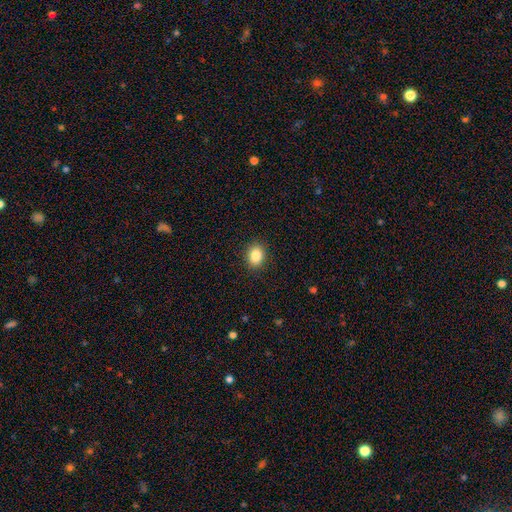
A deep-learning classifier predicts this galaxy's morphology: Smooth or featured?
  - smooth: 87% *
  - star or artifact: 9%
  - featured or disk: 4%
How rounded?
  - in between: 52% *
  - round: 47%
  - cigar-shaped: 1%
Merging?
  - none: 90% *
  - minor disturbance: 7%
  - major disturbance: 2%
  - merger: 1%